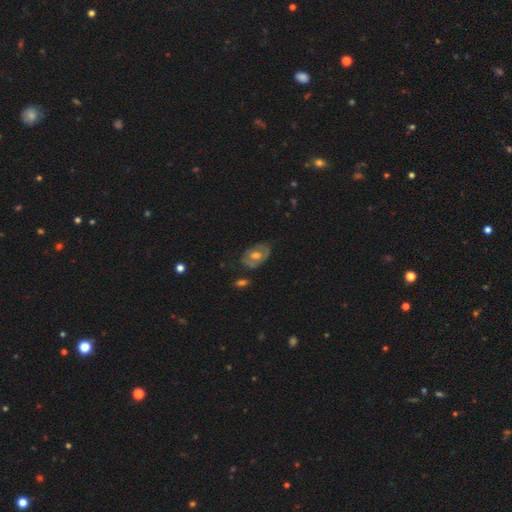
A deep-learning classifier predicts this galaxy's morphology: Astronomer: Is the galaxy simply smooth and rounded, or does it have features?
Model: featured or disk — 56% (runner-up: smooth, 36%).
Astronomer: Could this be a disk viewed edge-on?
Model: no — 93%.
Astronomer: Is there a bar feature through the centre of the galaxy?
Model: no — 60%.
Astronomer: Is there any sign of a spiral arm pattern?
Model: no — 56% (runner-up: yes, 44%).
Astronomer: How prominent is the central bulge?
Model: moderate — 71%.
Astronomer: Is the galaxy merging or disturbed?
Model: none — 67%.